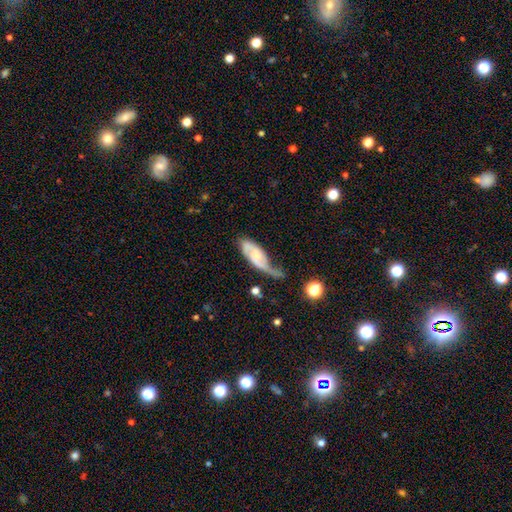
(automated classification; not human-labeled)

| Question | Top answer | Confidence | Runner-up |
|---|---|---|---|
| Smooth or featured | featured or disk | 70% | smooth (24%) |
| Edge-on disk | no | 90% | yes (10%) |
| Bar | no | 59% | weak (33%) |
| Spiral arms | yes | 90% | no (10%) |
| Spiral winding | medium | 40% | loose (37%) |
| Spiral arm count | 2 | 67% | 1 (20%) |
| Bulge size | small | 44% | moderate (28%) |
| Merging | major disturbance | 33% | minor disturbance (32%) |